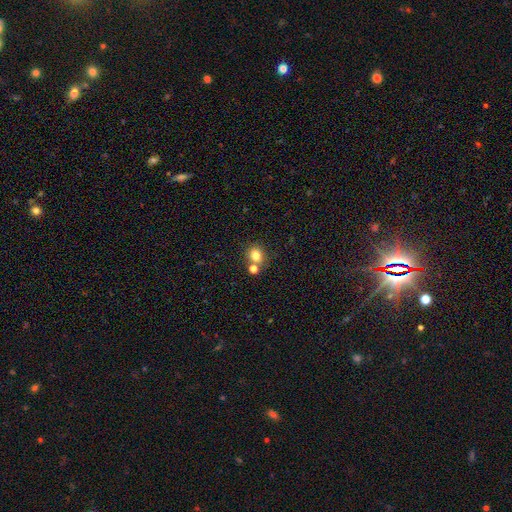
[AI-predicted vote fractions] smooth-or-featured: smooth: 79% | star or artifact: 13% | featured or disk: 8%
  how-rounded: round: 71% | in between: 28% | cigar-shaped: 1%
  merging: none: 67% | merger: 20% | minor disturbance: 9% | major disturbance: 3%